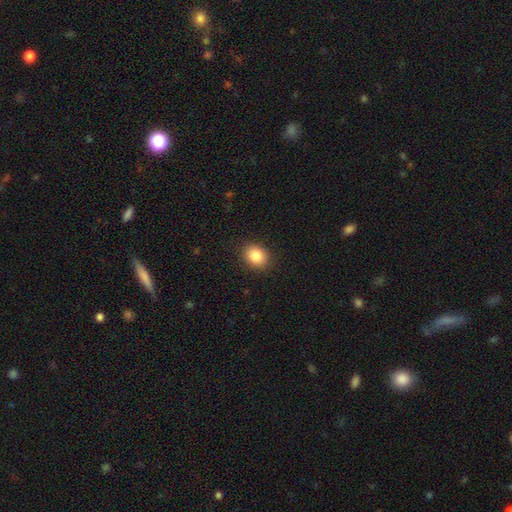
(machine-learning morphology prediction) smooth-or-featured: smooth: 86% | star or artifact: 9% | featured or disk: 5%
  how-rounded: round: 57% | in between: 42% | cigar-shaped: 1%
  merging: none: 89% | minor disturbance: 8% | major disturbance: 2% | merger: 1%